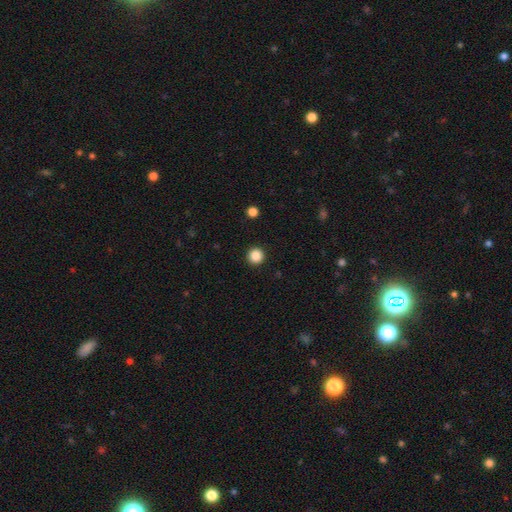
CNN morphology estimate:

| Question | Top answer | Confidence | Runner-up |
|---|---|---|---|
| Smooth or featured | smooth | 87% | star or artifact (10%) |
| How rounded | round | 95% | in between (4%) |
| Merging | none | 93% | minor disturbance (4%) |